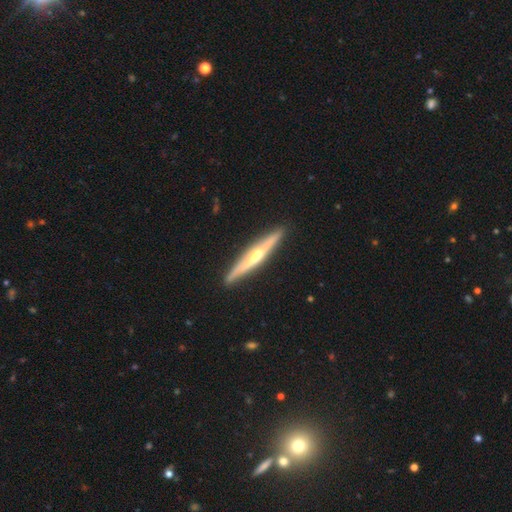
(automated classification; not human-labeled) Q: Smooth or featured?
A: featured or disk (72%); runner-up: smooth (23%)
Q: Edge-on disk?
A: yes (96%); runner-up: no (4%)
Q: Edge-on bulge?
A: rounded (82%); runner-up: none (11%)
Q: Merging?
A: none (90%); runner-up: minor disturbance (7%)